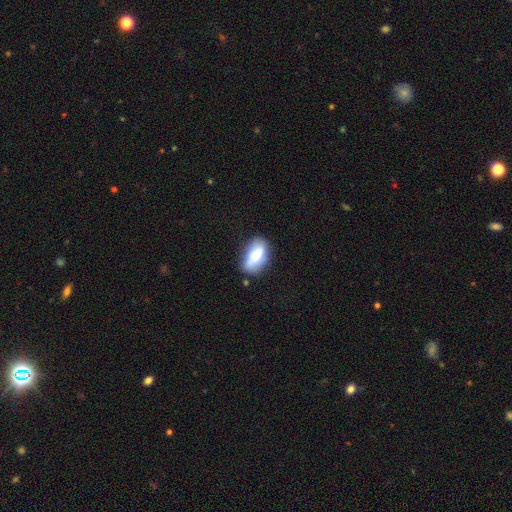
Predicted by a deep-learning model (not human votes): Overall: smooth (62%; featured or disk 30%). How rounded: in between (87%). Merging: none (70%).